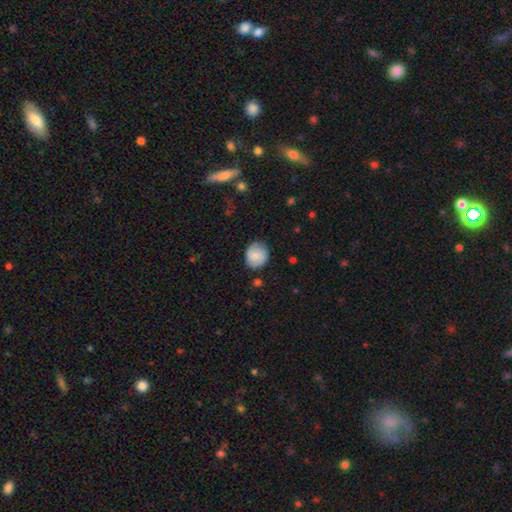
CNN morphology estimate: A smooth galaxy with no disk features (80%) that is round (77%). Merging: none (81%).